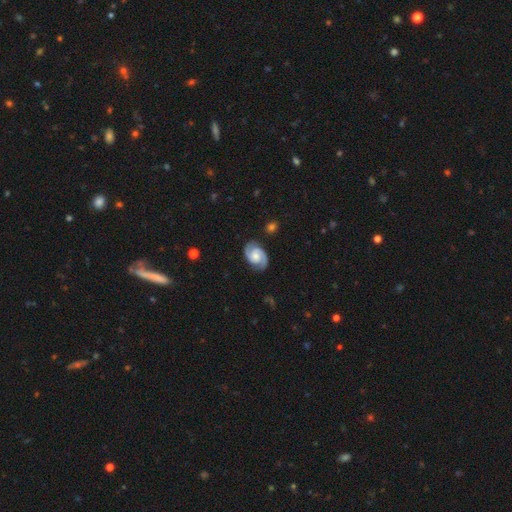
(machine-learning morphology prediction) smooth-or-featured: featured or disk: 86% | smooth: 9% | star or artifact: 5%
  disk-edge-on: no: 98% | yes: 2%
    bar: no: 59% | weak: 33% | strong: 8%
    has-spiral-arms: yes: 98% | no: 2%
      spiral-winding: medium: 45% (tied) | tight: 45% (tied) | loose: 10%
      spiral-arm-count: 2: 93% | can't tell: 3% | 3: 1% | 1: 1% | 4: 1% | more than 4: 1%
    bulge-size: moderate: 49% | small: 31% | none: 10% | large: 9% | dominant: 2%
  merging: none: 84% | minor disturbance: 12% | major disturbance: 3% | merger: 1%